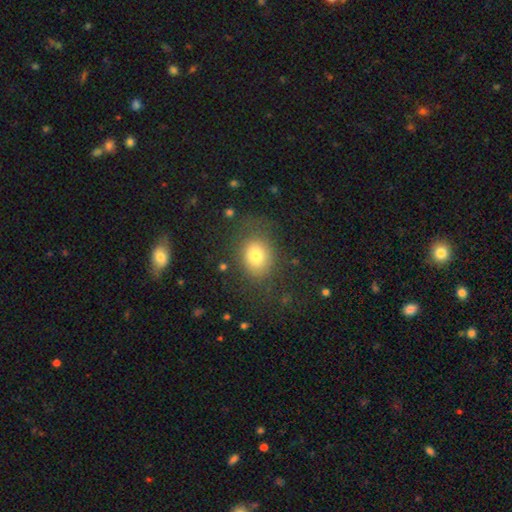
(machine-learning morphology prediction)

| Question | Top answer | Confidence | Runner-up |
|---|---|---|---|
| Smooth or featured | smooth | 77% | featured or disk (12%) |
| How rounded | round | 55% | in between (44%) |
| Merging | none | 72% | minor disturbance (16%) |